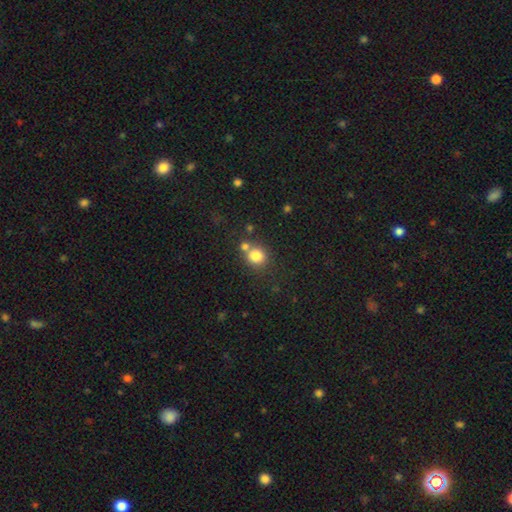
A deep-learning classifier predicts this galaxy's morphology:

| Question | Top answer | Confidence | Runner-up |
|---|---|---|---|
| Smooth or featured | smooth | 81% | star or artifact (12%) |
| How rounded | round | 84% | in between (15%) |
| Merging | none | 61% | merger (26%) |